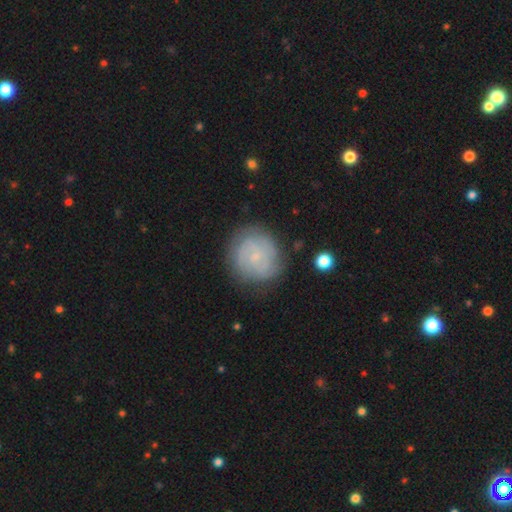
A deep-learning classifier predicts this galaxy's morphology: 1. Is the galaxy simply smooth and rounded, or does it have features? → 59% featured or disk, 33% smooth, 8% star or artifact.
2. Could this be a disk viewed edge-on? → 98% no, 2% yes.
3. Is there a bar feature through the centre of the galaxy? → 66% no, 30% weak, 5% strong.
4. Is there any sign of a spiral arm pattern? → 84% yes, 16% no.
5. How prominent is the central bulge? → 76% small, 12% moderate, 10% none, 1% large, 1% dominant.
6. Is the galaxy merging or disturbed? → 78% none, 15% minor disturbance, 5% major disturbance, 2% merger.